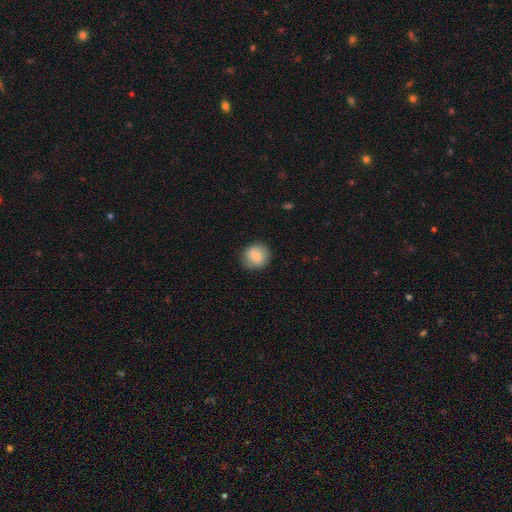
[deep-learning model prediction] A smooth galaxy with no disk features (79%) that is round (89%).

Vote fractions:
- Smooth or featured? smooth: 79% / featured or disk: 13% / star or artifact: 8%
- How rounded? round: 89% / in between: 10% / cigar-shaped: 1%
- Merging? none: 86% / minor disturbance: 10% / major disturbance: 3% / merger: 1%